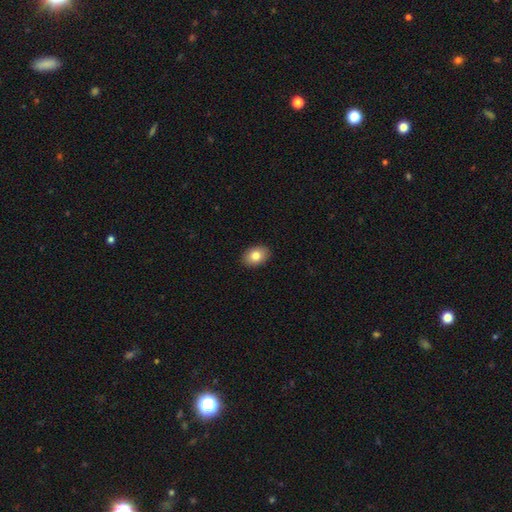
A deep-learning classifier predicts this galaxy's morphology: smooth 83%, featured or disk 10%, star or artifact 8%. Down the decision tree: how rounded — in between (81%); merging — none (91%).